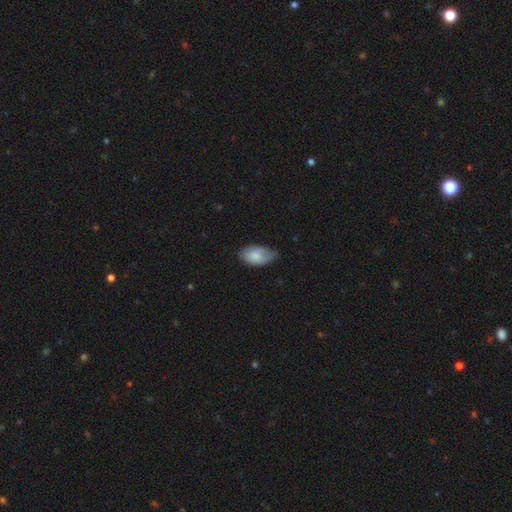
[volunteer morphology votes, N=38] Smooth or featured? smooth (79%)
How rounded? in between (93%)
Merging? none (66%)